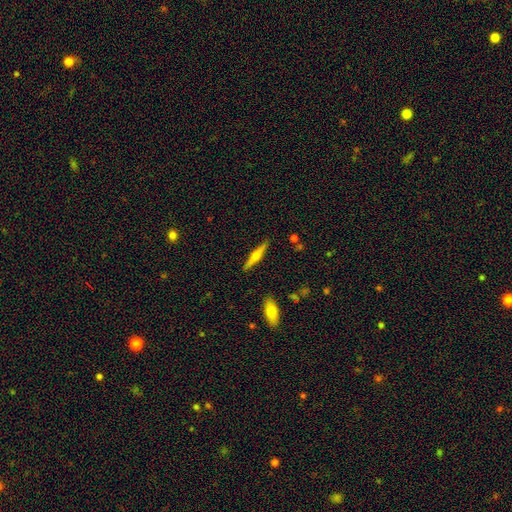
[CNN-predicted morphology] Smooth or featured? featured or disk (66%)
Edge-on disk? yes (97%)
Edge-on bulge? rounded (91%)
Merging? none (90%)